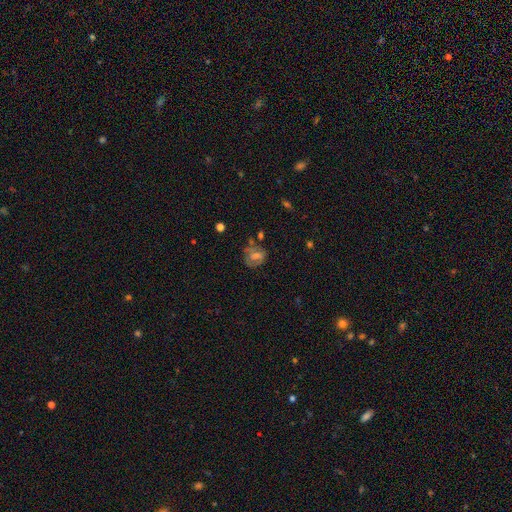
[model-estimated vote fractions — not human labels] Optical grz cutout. It shows a smooth galaxy with no disk features (43%). Merging: none (63%).